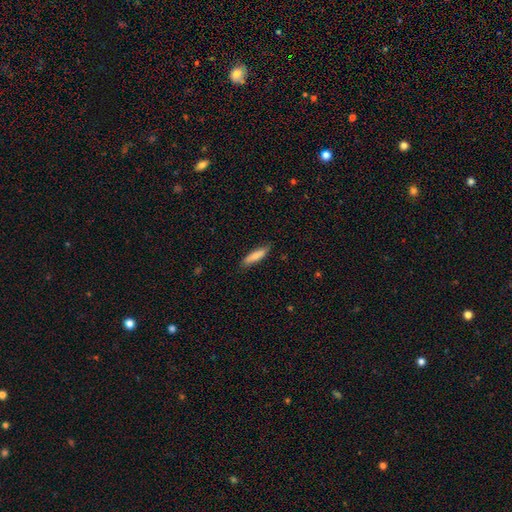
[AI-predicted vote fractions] Q: Smooth or featured?
A: smooth (83%); runner-up: featured or disk (12%)
Q: How rounded?
A: cigar-shaped (74%); runner-up: in between (25%)
Q: Merging?
A: none (82%); runner-up: minor disturbance (15%)